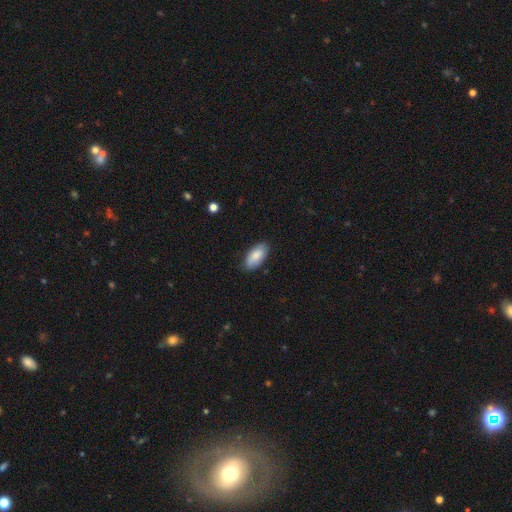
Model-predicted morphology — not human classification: smooth 83%, featured or disk 12%, star or artifact 6%. Down the decision tree: how rounded — in between (94%); merging — none (82%).